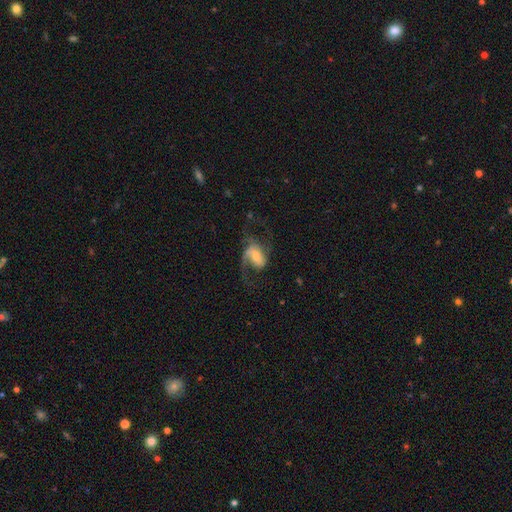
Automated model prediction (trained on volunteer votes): The model was most divided on "bar": weak: 42%, no: 40%, strong: 18%. Remaining: edge-on disk — no (97%); spiral arms — yes (93%); smooth or featured — featured or disk (77%); spiral arm count — 2 (50%); merging — none (50%); spiral winding — loose (49%); bulge size — moderate (49%).